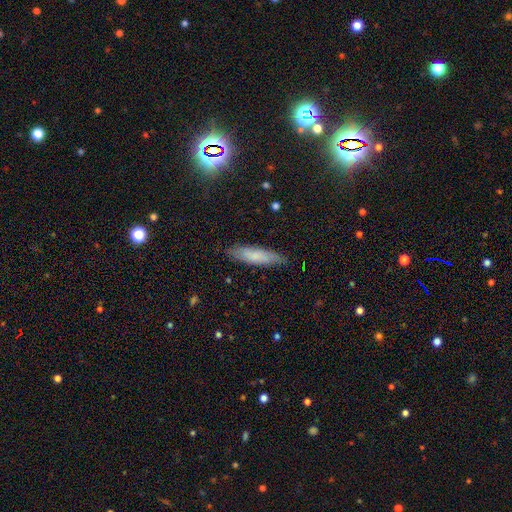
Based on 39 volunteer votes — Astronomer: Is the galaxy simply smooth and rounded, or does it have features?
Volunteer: smooth — 67%.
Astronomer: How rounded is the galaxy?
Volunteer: cigar-shaped — 77%.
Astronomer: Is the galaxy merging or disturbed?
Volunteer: none — 72%.